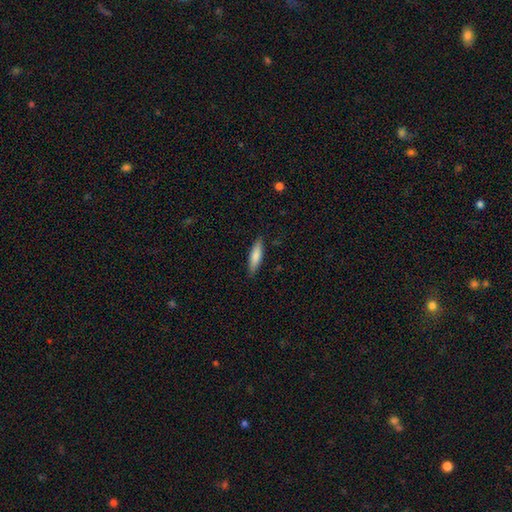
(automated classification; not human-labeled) Smooth or featured: smooth — 78% (featured or disk — 16%)
How rounded: cigar-shaped — 68% (in between — 31%)
Merging: none — 87% (minor disturbance — 10%)